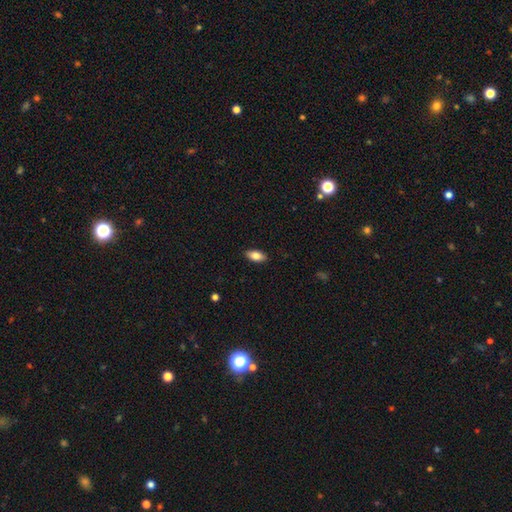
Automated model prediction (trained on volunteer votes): smooth_or_featured: smooth (p=0.81) [alt: featured or disk p=0.12]
how_rounded: in between (p=0.89) [alt: cigar-shaped p=0.08]
merging: none (p=0.89) [alt: minor disturbance p=0.08]